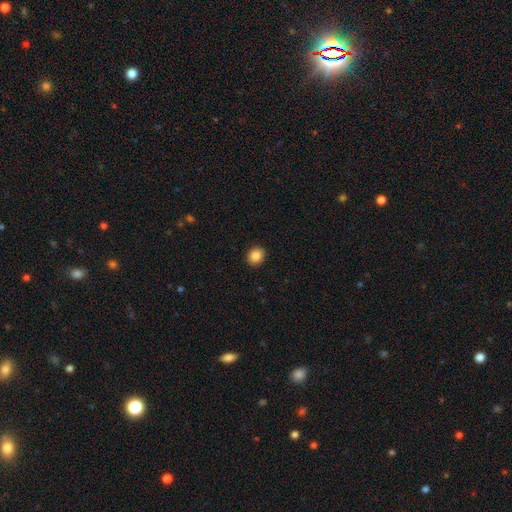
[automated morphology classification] smooth-or-featured: smooth: 86% | star or artifact: 9% | featured or disk: 5%
  how-rounded: round: 77% | in between: 22% | cigar-shaped: 1%
  merging: none: 92% | minor disturbance: 5% | major disturbance: 2% | merger: 1%